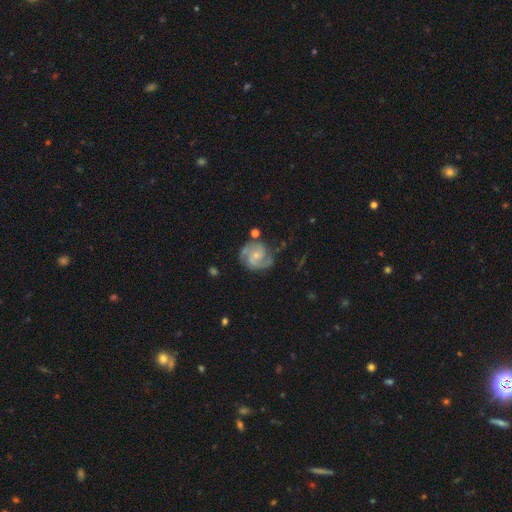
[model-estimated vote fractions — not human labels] smooth-or-featured: featured or disk: 88% | smooth: 7% | star or artifact: 5%
  disk-edge-on: no: 98% | yes: 2%
    bar: no: 62% | weak: 31% | strong: 7%
    has-spiral-arms: yes: 97% | no: 3%
      spiral-winding: tight: 47% | medium: 45% | loose: 9%
      spiral-arm-count: 2: 73% | 3: 13% | can't tell: 6% | 1: 3% | 4: 2% | more than 4: 2%
    bulge-size: small: 67% | moderate: 26% | none: 5% | large: 1% | dominant: 1%
  merging: none: 70% | minor disturbance: 19% | major disturbance: 8% | merger: 4%